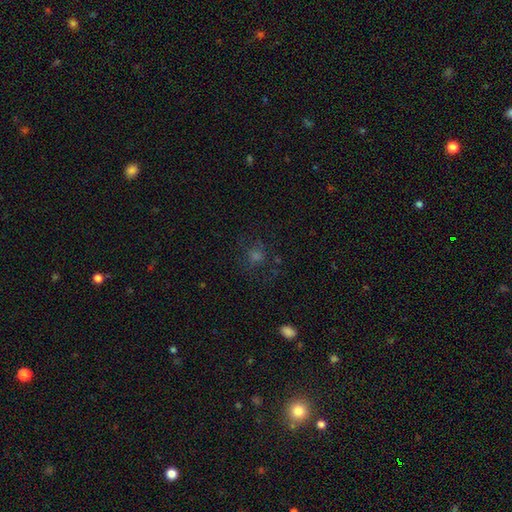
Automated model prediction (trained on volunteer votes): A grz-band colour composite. It shows a smooth galaxy with no disk features (43%). Merging: none (71%).